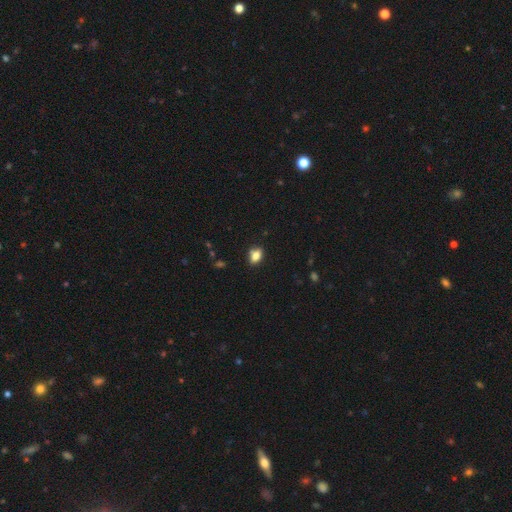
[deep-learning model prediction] The model was most divided on "merging": none: 73%, minor disturbance: 18%, merger: 6%, major disturbance: 4%. More confident: smooth or featured — smooth (81%); how rounded — in between (80%).